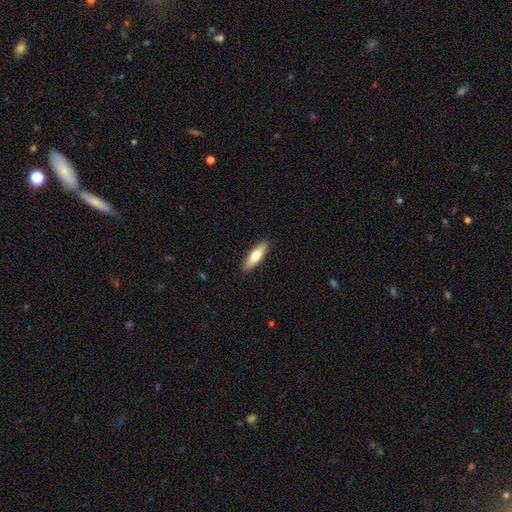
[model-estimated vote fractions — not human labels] Smooth or featured: smooth — 71% (featured or disk — 23%)
How rounded: cigar-shaped — 59% (in between — 39%)
Merging: none — 90% (minor disturbance — 7%)